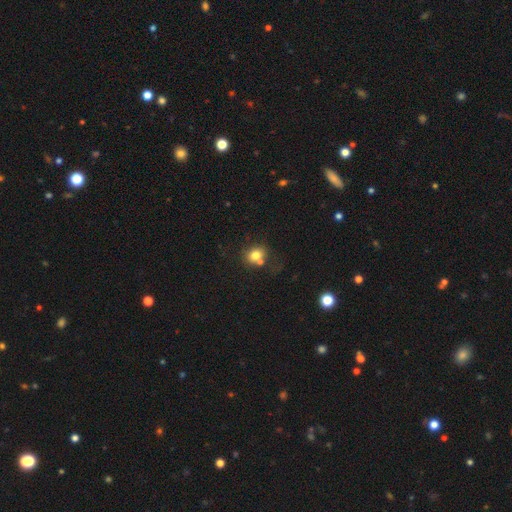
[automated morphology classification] A smooth galaxy with no disk features (76%) that is round (62%).

Vote fractions:
- Smooth or featured? smooth: 76% / star or artifact: 12% / featured or disk: 12%
- How rounded? round: 62% / in between: 37% / cigar-shaped: 1%
- Merging? none: 52% / merger: 28% / minor disturbance: 14% / major disturbance: 6%